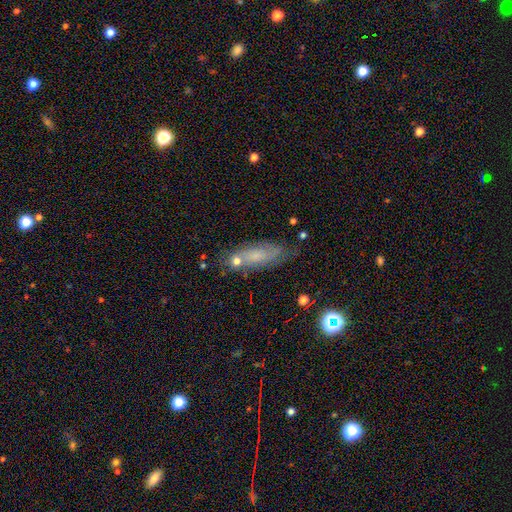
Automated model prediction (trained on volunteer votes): smooth-or-featured: smooth: 46% | featured or disk: 40% | star or artifact: 13%
  merging: none: 63% | minor disturbance: 22% | major disturbance: 8% | merger: 7%